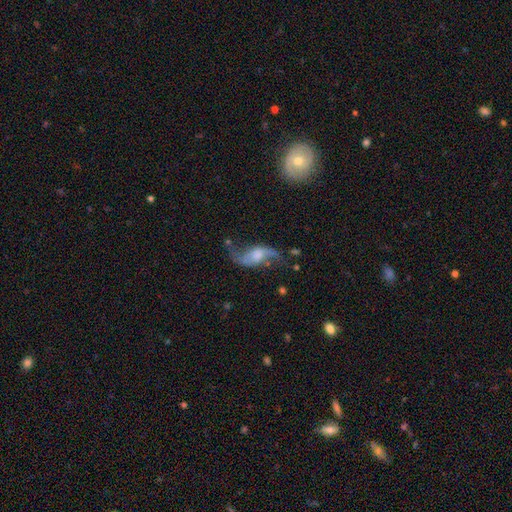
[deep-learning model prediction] Smooth or featured? featured or disk (85%)
Edge-on disk? no (93%)
Bar? no (48%)
Spiral arms? yes (95%)
Spiral winding? loose (85%)
Spiral arm count? 2 (93%)
Bulge size? moderate (41%)
Merging? none (66%)